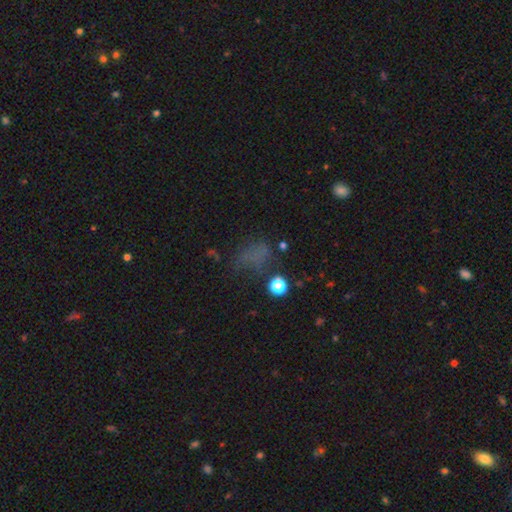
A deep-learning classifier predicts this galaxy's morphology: This is possibly a smooth galaxy (50%). Merging: marginally none (43%).